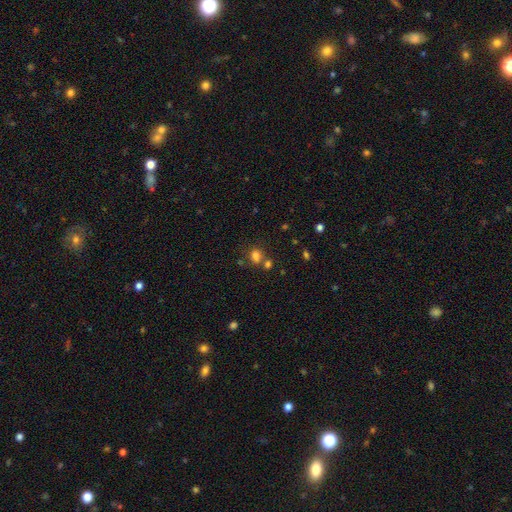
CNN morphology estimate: Q: Smooth or featured?
A: smooth (75%); runner-up: star or artifact (17%)
Q: How rounded?
A: round (60%); runner-up: in between (39%)
Q: Merging?
A: none (55%); runner-up: merger (29%)